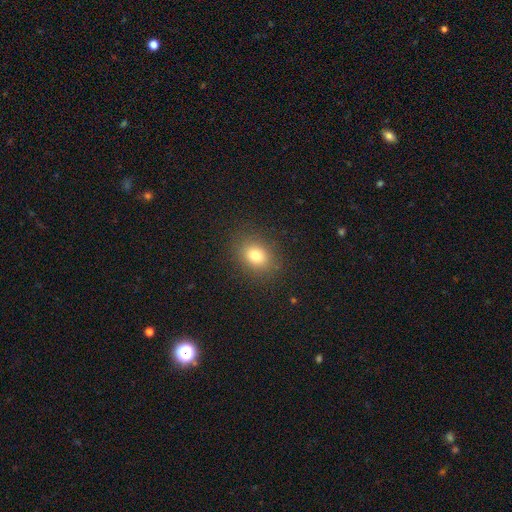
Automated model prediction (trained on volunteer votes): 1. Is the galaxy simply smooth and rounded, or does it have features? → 79% smooth, 12% star or artifact, 9% featured or disk.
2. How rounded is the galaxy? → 58% in between, 41% round, 1% cigar-shaped.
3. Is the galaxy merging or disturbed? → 87% none, 9% minor disturbance, 3% major disturbance, 1% merger.